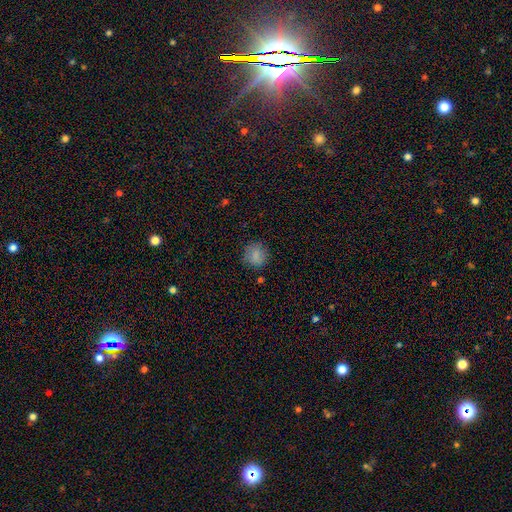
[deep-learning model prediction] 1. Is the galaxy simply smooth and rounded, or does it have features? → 84% smooth, 9% star or artifact, 6% featured or disk.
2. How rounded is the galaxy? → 86% round, 13% in between, 1% cigar-shaped.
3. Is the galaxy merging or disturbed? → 82% none, 13% minor disturbance, 4% major disturbance, 2% merger.